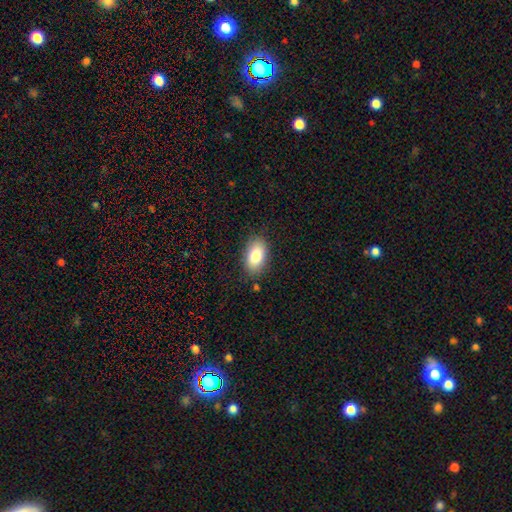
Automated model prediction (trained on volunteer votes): smooth-or-featured: smooth: 82% | featured or disk: 10% | star or artifact: 7%
  how-rounded: in between: 92% | round: 6% | cigar-shaped: 2%
  merging: none: 83% | minor disturbance: 12% | major disturbance: 3% | merger: 2%